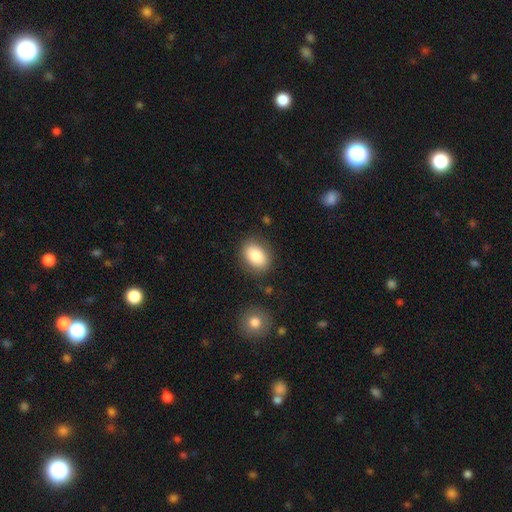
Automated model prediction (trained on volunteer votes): The model was most divided on "how rounded": in between: 76%, round: 23%, cigar-shaped: 1%. More confident: smooth or featured — smooth (84%); merging — none (83%).